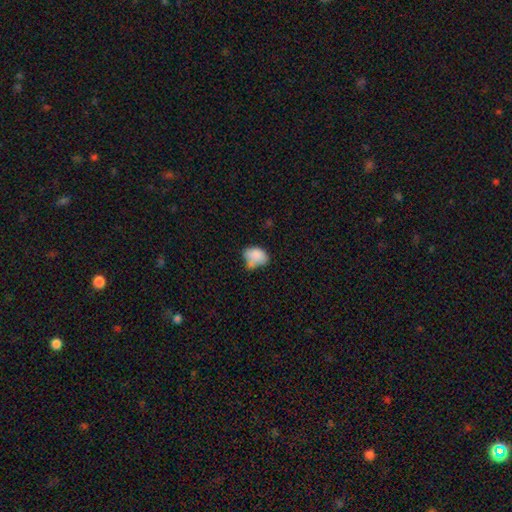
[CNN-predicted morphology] A smooth galaxy with no disk features (81%) that is in between round and cigar-shaped (74%). Merging: none (36%).